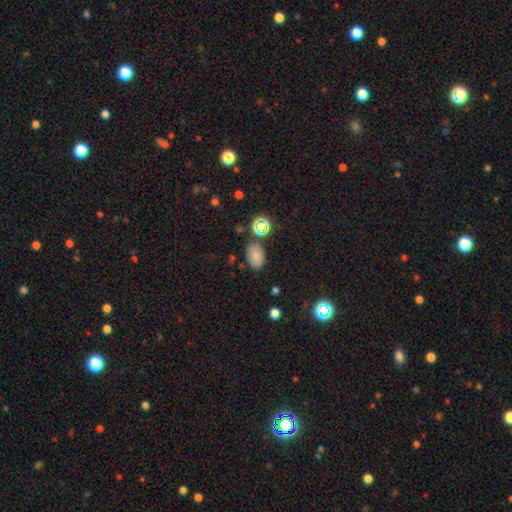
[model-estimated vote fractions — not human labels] Smooth or featured? smooth (77%)
How rounded? in between (87%)
Merging? none (78%)